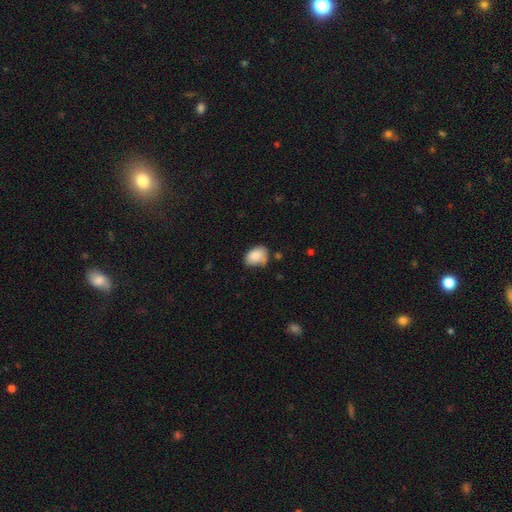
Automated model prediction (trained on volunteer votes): Smooth or featured? Predicted: smooth (p=0.83). How rounded? Predicted: in between (p=0.79). Merging? Predicted: none (p=0.53).